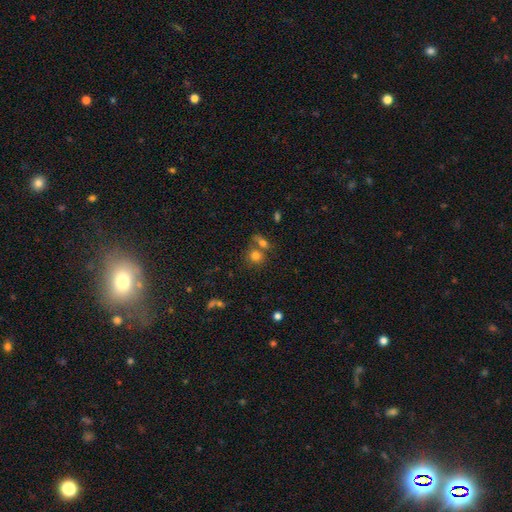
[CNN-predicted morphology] type=smooth (77%); roundness=round (76%); merging=none (50%).